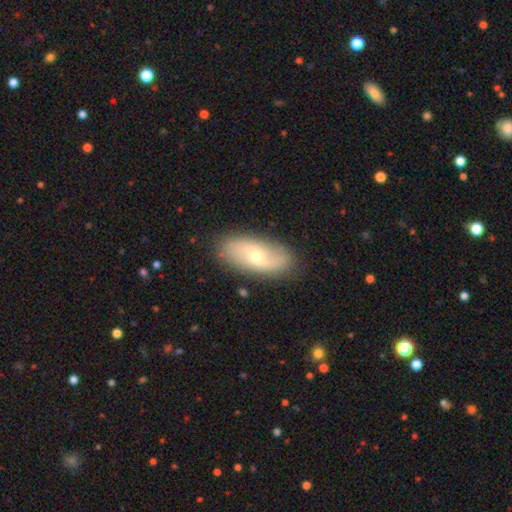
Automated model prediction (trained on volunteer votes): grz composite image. It shows a featured or disk galaxy (58%) with no bar (63%), spiral arms (81%) and a small central bulge (56%). Merging: none (84%).